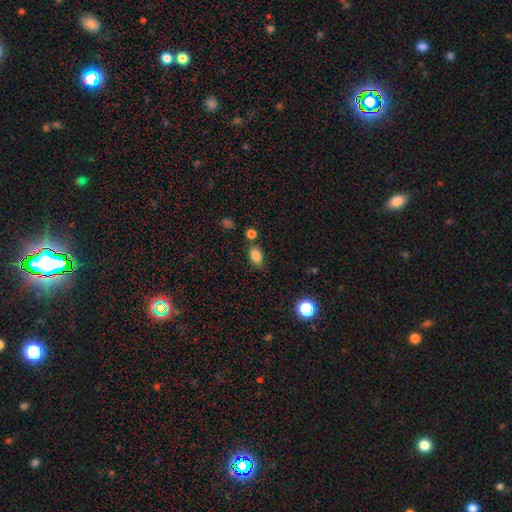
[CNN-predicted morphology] Overall: smooth (84%). How rounded: in between (84%). Merging: none (76%).